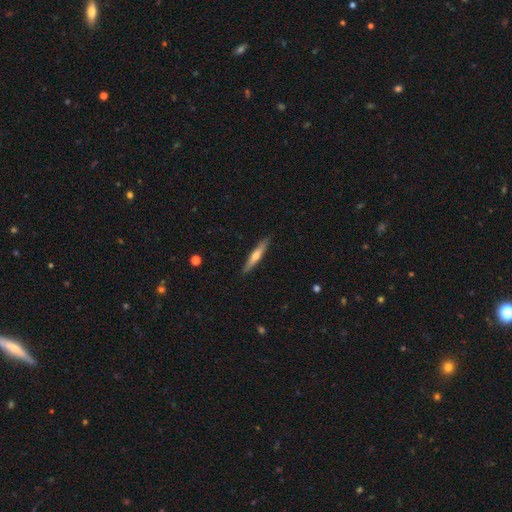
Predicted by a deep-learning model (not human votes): Smooth or featured? Predicted: featured or disk (p=0.48). Merging? Predicted: none (p=0.90).